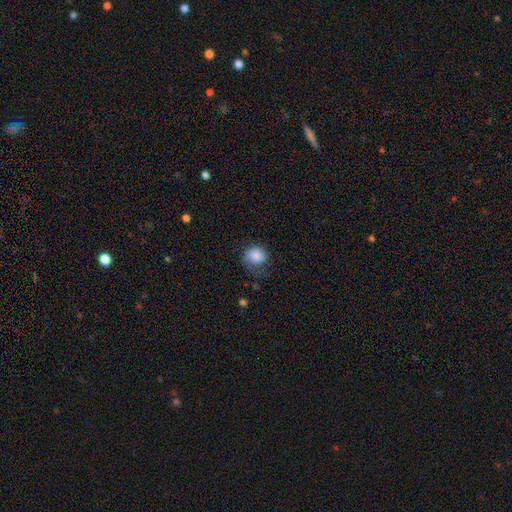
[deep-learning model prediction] Overall: smooth (73%). How rounded: round (70%). Merging: none (44%; major disturbance 27%).